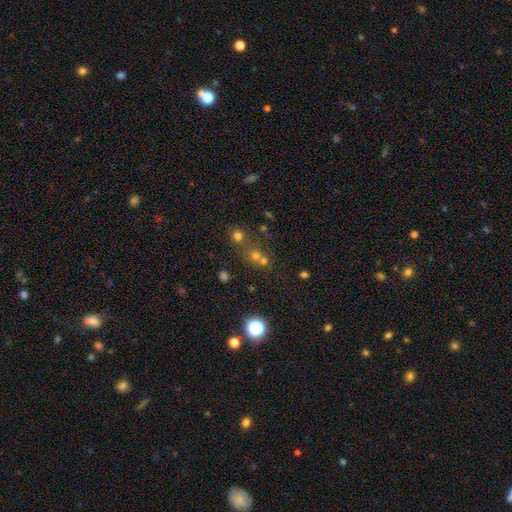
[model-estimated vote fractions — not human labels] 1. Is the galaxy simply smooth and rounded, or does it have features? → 57% smooth, 31% star or artifact, 13% featured or disk.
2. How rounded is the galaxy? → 85% round, 14% in between, 1% cigar-shaped.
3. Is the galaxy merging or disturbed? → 48% none, 41% merger, 7% minor disturbance, 4% major disturbance.